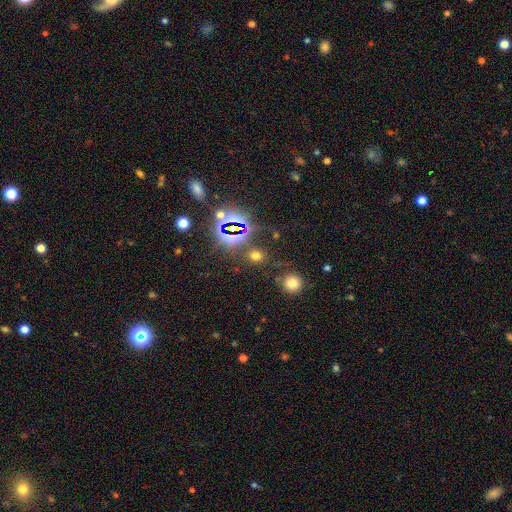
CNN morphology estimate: This is possibly a smooth galaxy (53%). How rounded: likely round (63%). Merging: clearly none (80%).